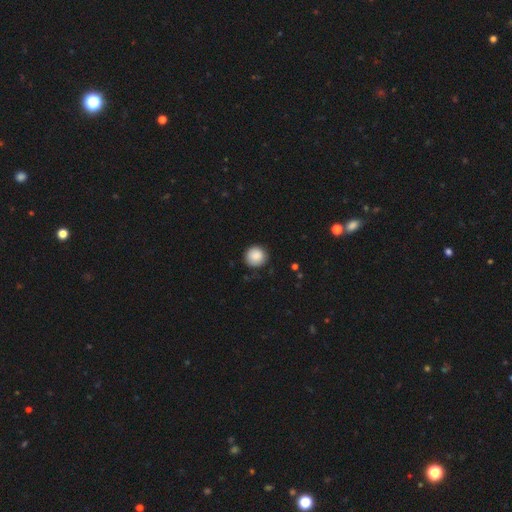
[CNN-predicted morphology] A smooth galaxy with no disk features (88%) that is round (94%). Merging: none (85%).